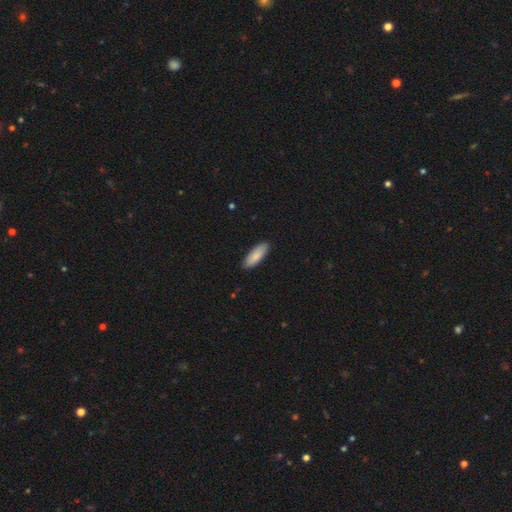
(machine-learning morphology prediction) Overall: smooth (87%). How rounded: in between (66%; cigar-shaped 32%). Merging: none (89%).